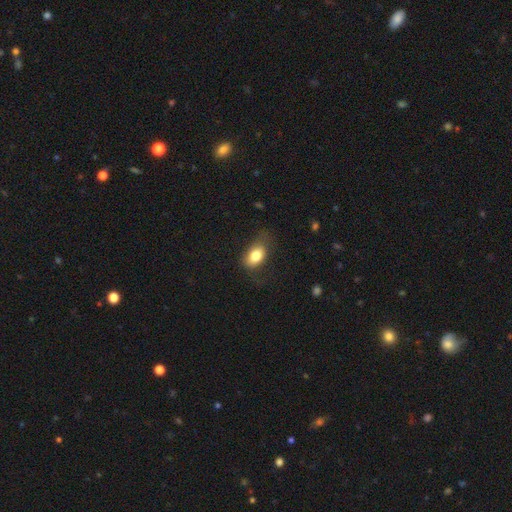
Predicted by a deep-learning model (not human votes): Q: Smooth or featured?
A: smooth (79%); runner-up: featured or disk (13%)
Q: How rounded?
A: in between (88%); runner-up: round (10%)
Q: Merging?
A: none (60%); runner-up: minor disturbance (25%)